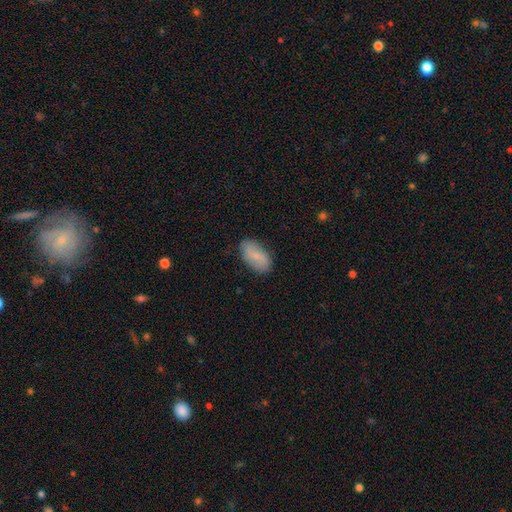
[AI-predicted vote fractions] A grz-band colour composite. It shows a smooth galaxy with no disk features (74%) that is in between round and cigar-shaped (93%). Merging: none (81%).